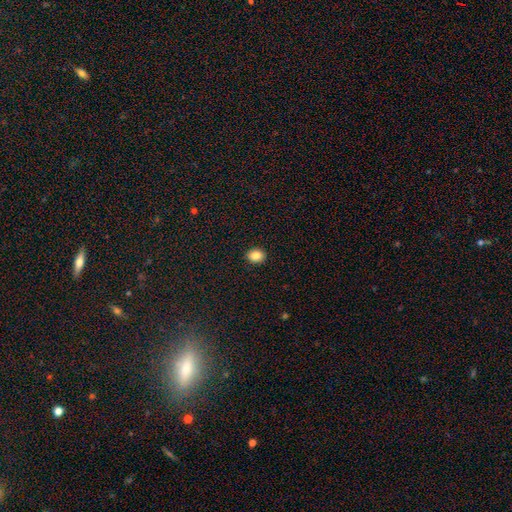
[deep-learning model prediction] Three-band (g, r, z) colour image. It shows a smooth galaxy with no disk features (86%) that is in between round and cigar-shaped (54%). Merging: none (91%).